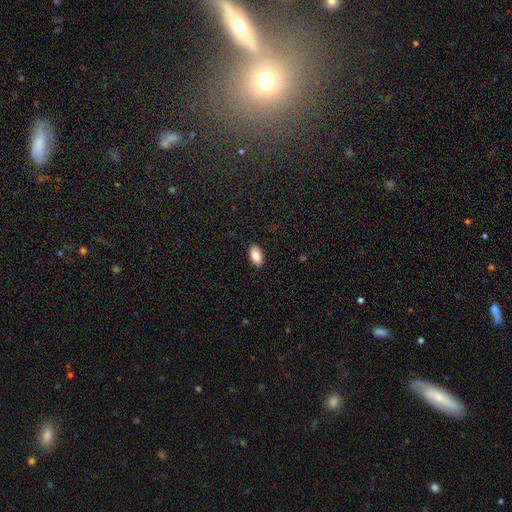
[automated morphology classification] smooth_or_featured: smooth (p=0.87) [alt: star or artifact p=0.07]
how_rounded: in between (p=0.94) [alt: round p=0.04]
merging: none (p=0.89) [alt: minor disturbance p=0.08]